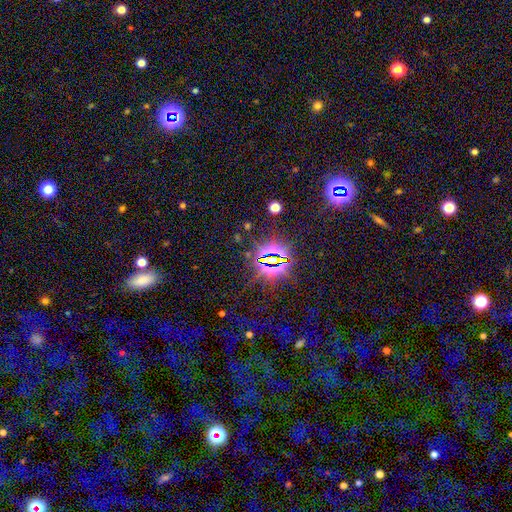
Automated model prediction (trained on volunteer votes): smooth_or_featured: star or artifact (p=0.79) [alt: smooth p=0.13]